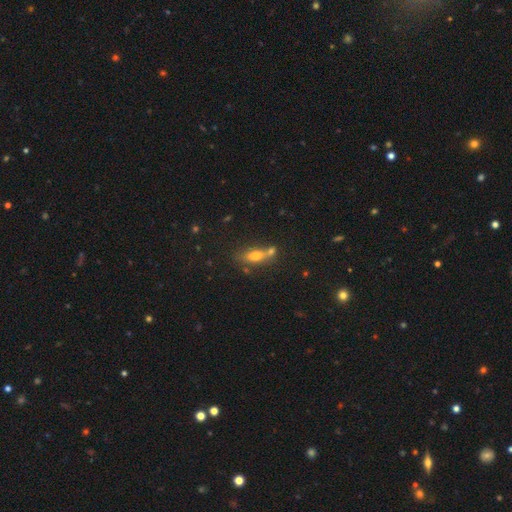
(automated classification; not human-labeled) A smooth galaxy with no disk features (64%) that is in between round and cigar-shaped (62%).

Vote fractions:
- Smooth or featured? smooth: 64% / featured or disk: 25% / star or artifact: 11%
- How rounded? in between: 62% / cigar-shaped: 31% / round: 7%
- Merging? none: 51% / merger: 31% / minor disturbance: 14% / major disturbance: 5%